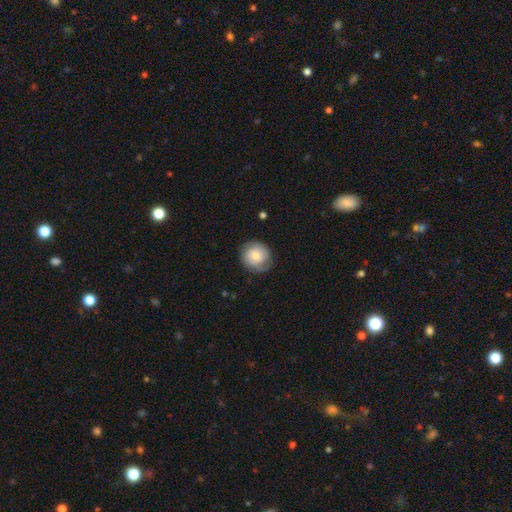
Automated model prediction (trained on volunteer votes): A smooth galaxy with no disk features (61%) that is round (86%).

Vote fractions:
- Smooth or featured? smooth: 61% / featured or disk: 31% / star or artifact: 7%
- How rounded? round: 86% / in between: 13% / cigar-shaped: 1%
- Merging? none: 78% / minor disturbance: 16% / major disturbance: 5% / merger: 1%